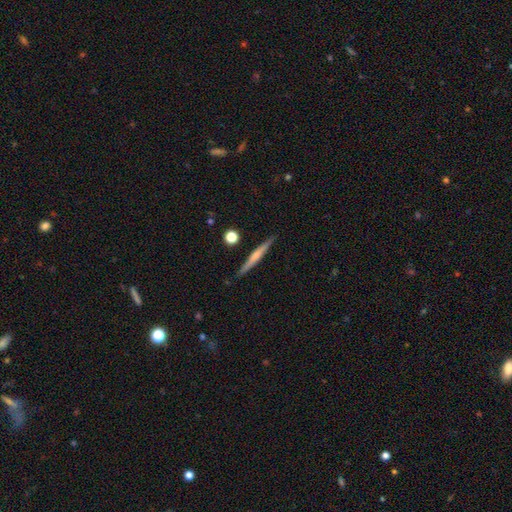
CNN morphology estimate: Smooth or featured: featured or disk — 51% (smooth — 43%)
Edge-on disk: yes — 97% (no — 3%)
Merging: none — 89% (minor disturbance — 7%)